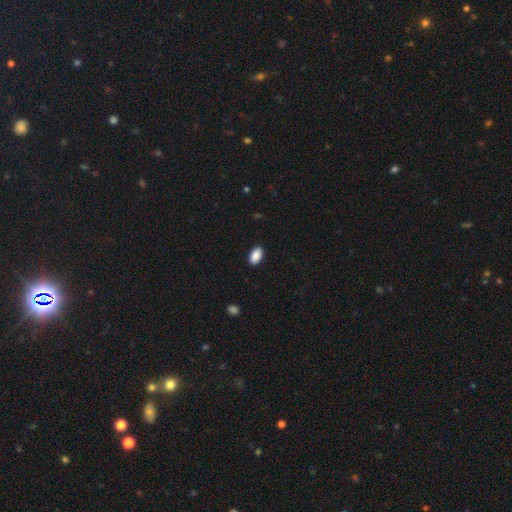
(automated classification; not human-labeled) A smooth galaxy with no disk features (90%) that is in between round and cigar-shaped (94%).

Vote fractions:
- Smooth or featured? smooth: 90% / star or artifact: 7% / featured or disk: 3%
- How rounded? in between: 94% / round: 4% / cigar-shaped: 2%
- Merging? none: 89% / minor disturbance: 8% / major disturbance: 2% / merger: 1%